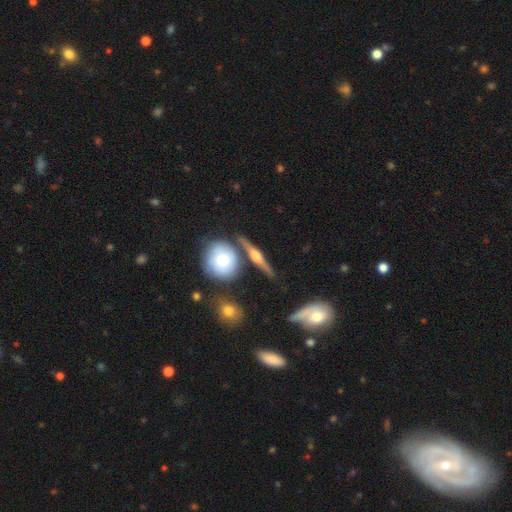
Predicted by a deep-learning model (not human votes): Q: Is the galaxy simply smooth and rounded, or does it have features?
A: featured or disk — 75%.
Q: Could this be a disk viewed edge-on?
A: yes — 94%.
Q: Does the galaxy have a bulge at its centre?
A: rounded — 91%.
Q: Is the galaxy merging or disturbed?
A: none — 77%.